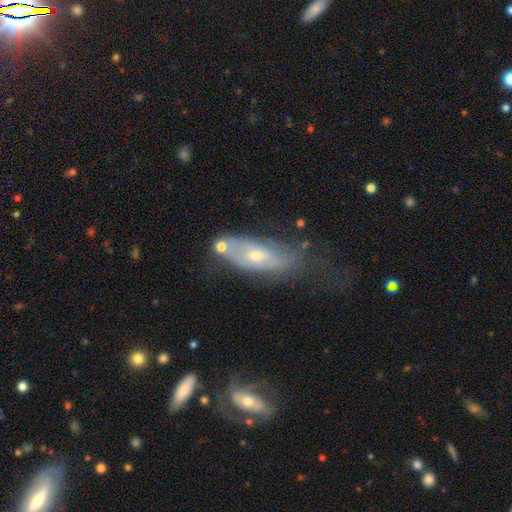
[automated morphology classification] This is possibly a featured or disk galaxy (55%). It is likely not viewed edge-on (77%). Merging: marginally none (41%).